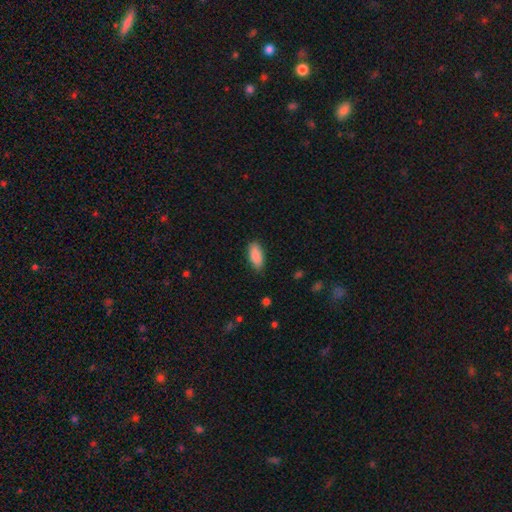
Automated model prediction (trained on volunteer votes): A smooth galaxy with no disk features (89%) that is in between round and cigar-shaped (85%).

Vote fractions:
- Smooth or featured? smooth: 89% / star or artifact: 6% / featured or disk: 5%
- How rounded? in between: 85% / cigar-shaped: 13% / round: 2%
- Merging? none: 85% / minor disturbance: 11% / major disturbance: 2% / merger: 1%